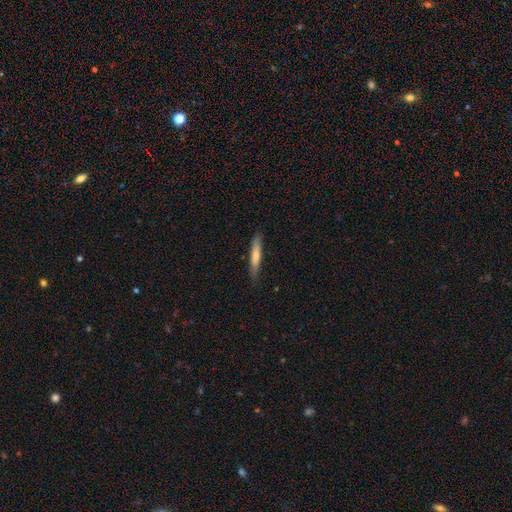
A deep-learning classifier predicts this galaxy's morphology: This appears to be a smooth galaxy with no disk features (67%) that is cigar-shaped (91%). Merging: none (84%).